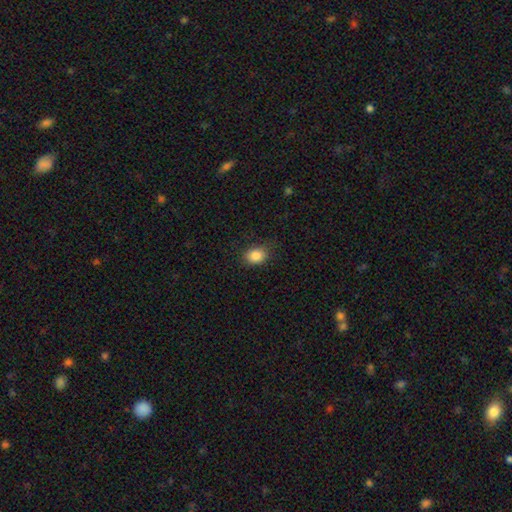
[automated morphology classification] smooth 86%, star or artifact 10%, featured or disk 5%. Down the decision tree: how rounded — in between (60%); merging — none (80%).